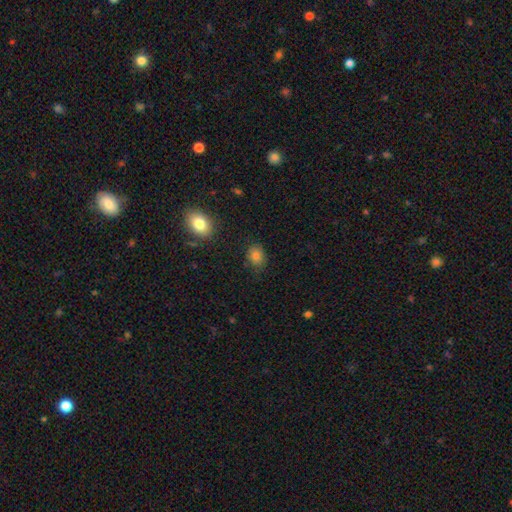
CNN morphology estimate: The model was most divided on "how rounded": in between: 56%, round: 43%, cigar-shaped: 1%. More confident: smooth or featured — smooth (83%); merging — none (79%).